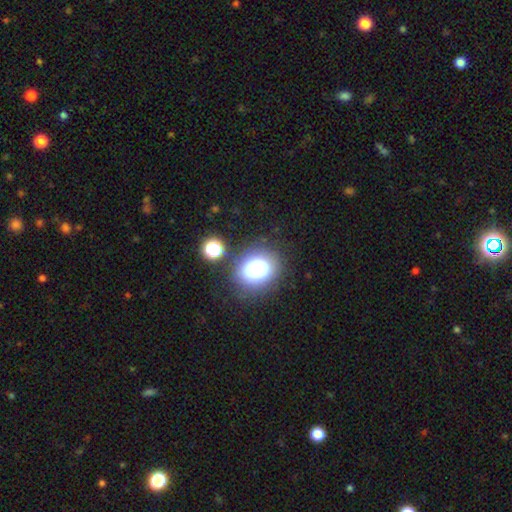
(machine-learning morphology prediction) Q: Smooth or featured?
A: smooth (75%); runner-up: star or artifact (18%)
Q: How rounded?
A: round (50%); runner-up: in between (49%)
Q: Merging?
A: none (78%); runner-up: minor disturbance (12%)